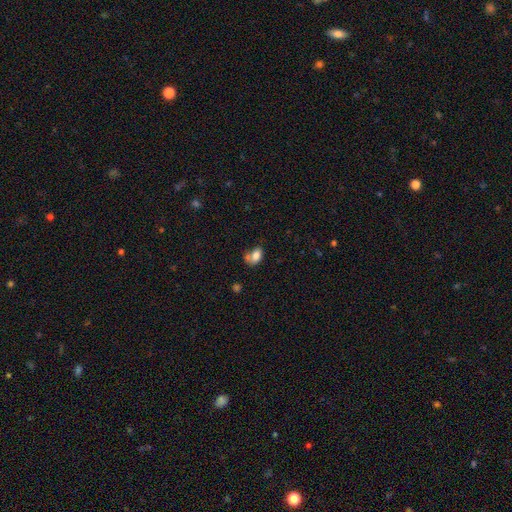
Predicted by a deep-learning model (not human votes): This appears to be a smooth galaxy with no disk features (79%) that is in between round and cigar-shaped (84%). Merging: none (36%).